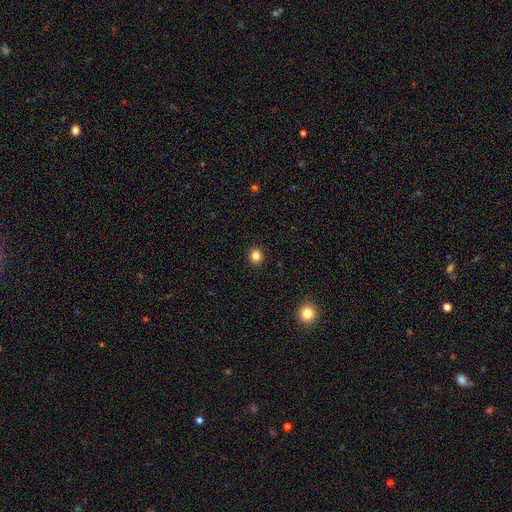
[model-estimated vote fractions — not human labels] This appears to be a smooth galaxy with no disk features (84%) that is round (85%). Merging: none (92%).